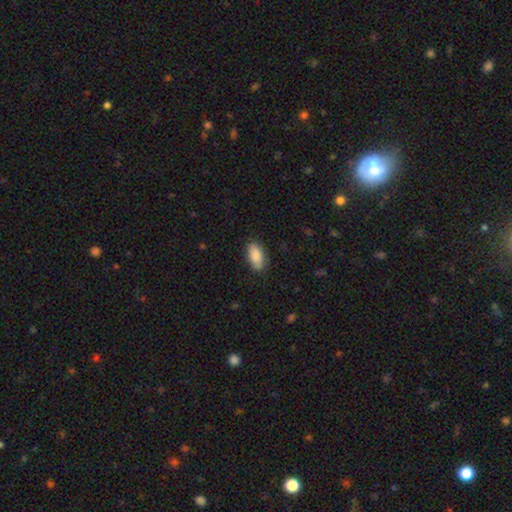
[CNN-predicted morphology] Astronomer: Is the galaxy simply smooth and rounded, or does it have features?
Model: smooth — 89%.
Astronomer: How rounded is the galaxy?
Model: in between — 91%.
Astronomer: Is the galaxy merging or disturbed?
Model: none — 86%.